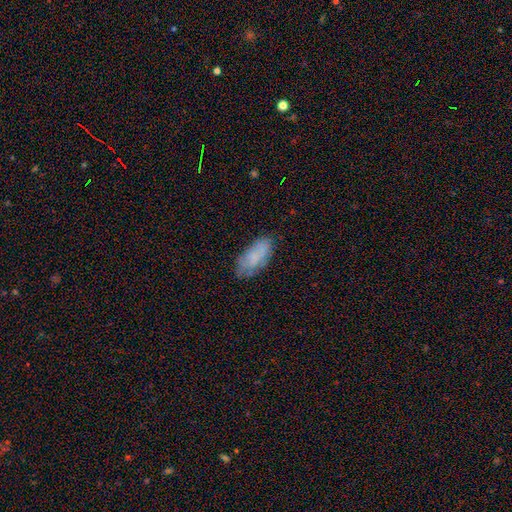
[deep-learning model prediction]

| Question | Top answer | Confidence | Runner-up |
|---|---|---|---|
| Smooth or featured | smooth | 71% | featured or disk (21%) |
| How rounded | in between | 89% | cigar-shaped (9%) |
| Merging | none | 69% | minor disturbance (23%) |